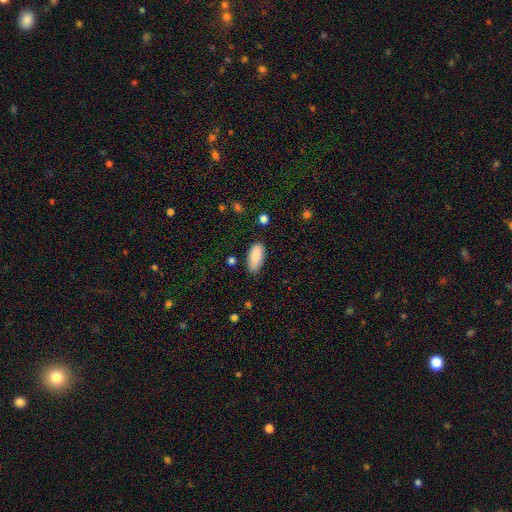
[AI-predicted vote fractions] A smooth galaxy with no disk features (87%) that is in between round and cigar-shaped (90%).

Vote fractions:
- Smooth or featured? smooth: 87% / featured or disk: 7% / star or artifact: 7%
- How rounded? in between: 90% / cigar-shaped: 9% / round: 2%
- Merging? none: 81% / minor disturbance: 15% / major disturbance: 3% / merger: 2%